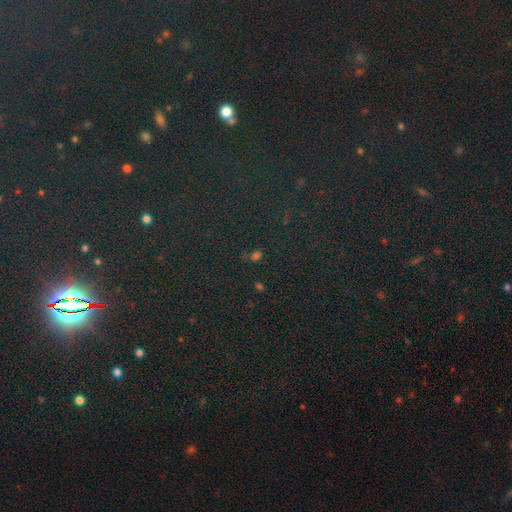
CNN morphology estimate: This appears to be a star or artifact, not a galaxy (59%).